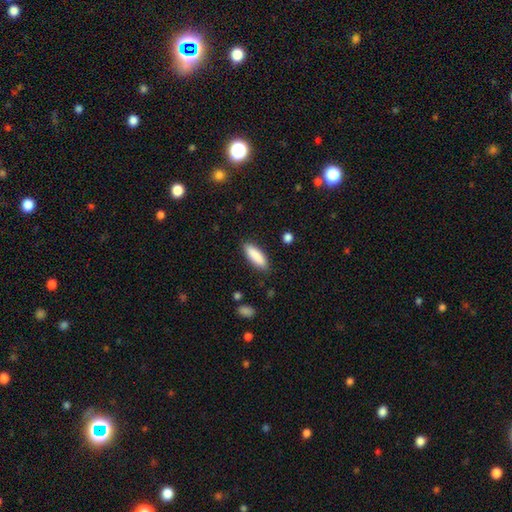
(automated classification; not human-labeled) smooth 88%, featured or disk 6%, star or artifact 6%. Down the decision tree: how rounded — in between (54%); merging — none (87%).